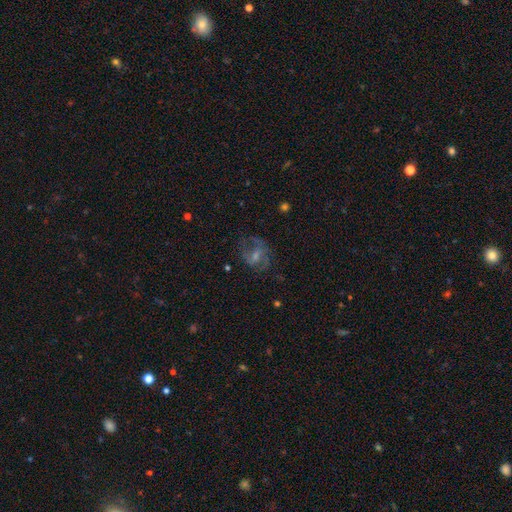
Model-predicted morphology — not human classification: Smooth or featured: featured or disk — 60% (smooth — 22%)
Edge-on disk: no — 96% (yes — 4%)
Bar: weak — 44% (no — 40%)
Spiral arms: yes — 70% (no — 30%)
Bulge size: small — 45% (moderate — 36%)
Merging: none — 62% (major disturbance — 19%)